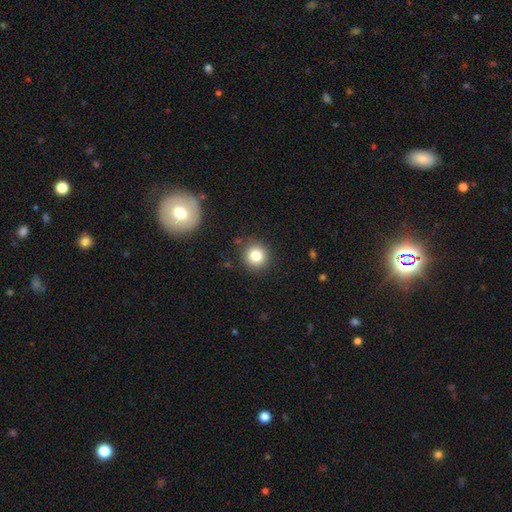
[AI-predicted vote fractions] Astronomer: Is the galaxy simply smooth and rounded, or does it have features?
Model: smooth — 81%.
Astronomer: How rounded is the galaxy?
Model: round — 92%.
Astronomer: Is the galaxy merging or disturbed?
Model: none — 88%.